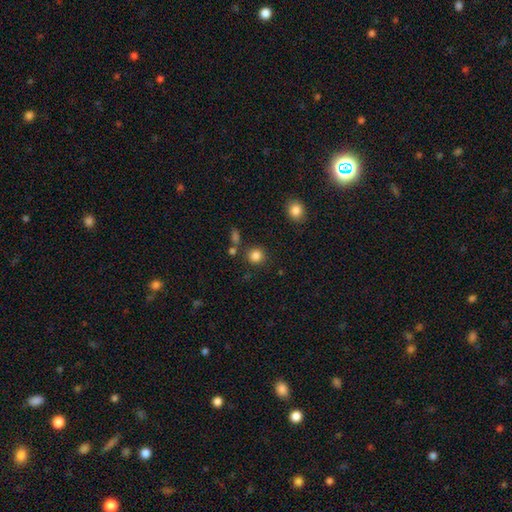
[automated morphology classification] This appears to be a smooth galaxy with no disk features (85%) that is round (89%). Merging: none (82%).